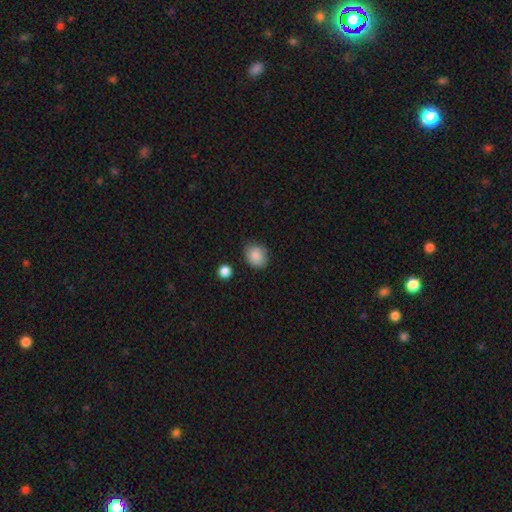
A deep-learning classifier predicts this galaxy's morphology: smooth_or_featured: smooth (p=0.87) [alt: star or artifact p=0.08]
how_rounded: round (p=0.57) [alt: in between p=0.42]
merging: none (p=0.81) [alt: minor disturbance p=0.14]